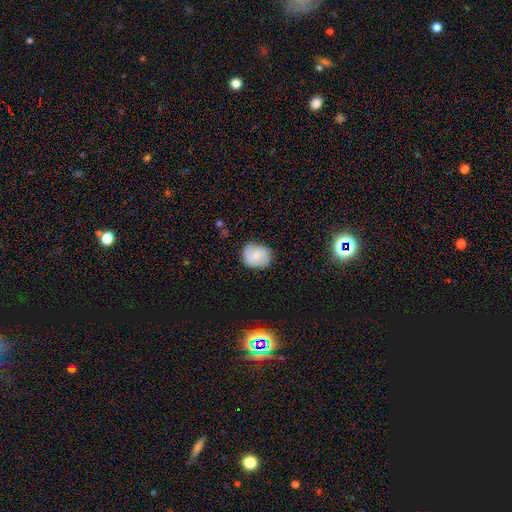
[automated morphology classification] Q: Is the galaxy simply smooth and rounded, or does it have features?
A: featured or disk — 49%.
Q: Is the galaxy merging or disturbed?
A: none — 70%.